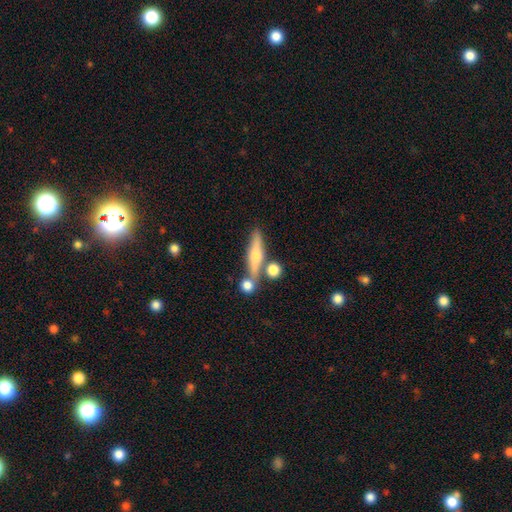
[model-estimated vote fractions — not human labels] A featured or disk galaxy (49%).

Vote fractions:
- Smooth or featured? featured or disk: 49% / smooth: 44% / star or artifact: 7%
- Merging? none: 67% / merger: 18% / minor disturbance: 11% / major disturbance: 4%